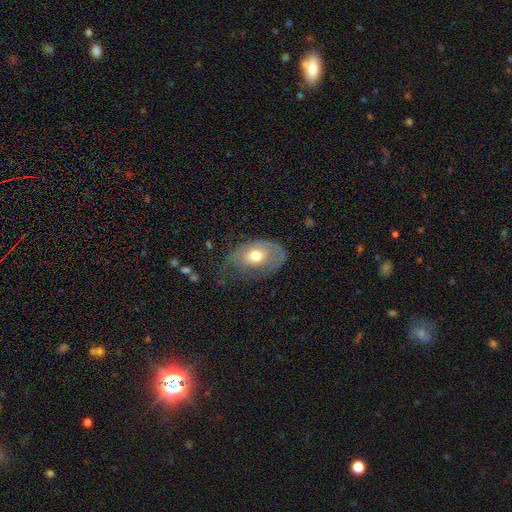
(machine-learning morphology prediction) A smooth galaxy with no disk features (54%) that is in between round and cigar-shaped (83%). Merging: none (38%).